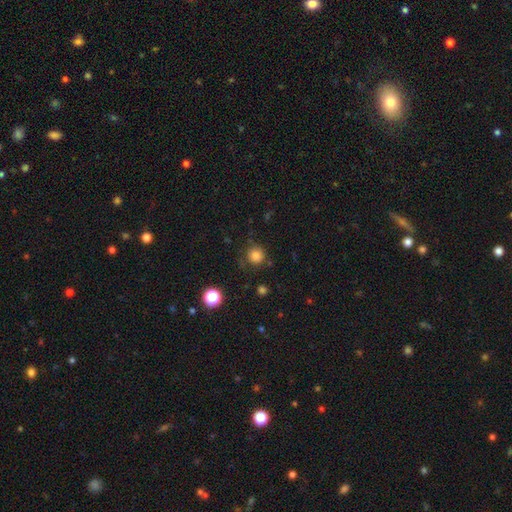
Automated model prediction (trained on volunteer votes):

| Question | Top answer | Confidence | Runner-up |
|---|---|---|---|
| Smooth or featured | smooth | 82% | star or artifact (13%) |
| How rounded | round | 93% | in between (6%) |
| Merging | none | 78% | minor disturbance (14%) |